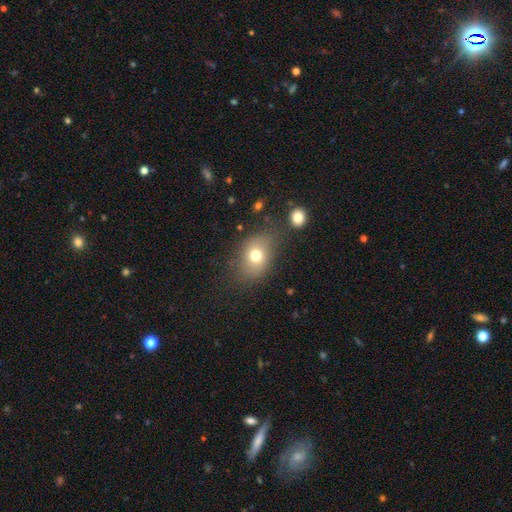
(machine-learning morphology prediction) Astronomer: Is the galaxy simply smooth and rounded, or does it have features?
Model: smooth — 72%.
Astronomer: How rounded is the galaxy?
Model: in between — 62%.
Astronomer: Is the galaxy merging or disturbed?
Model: none — 70%.